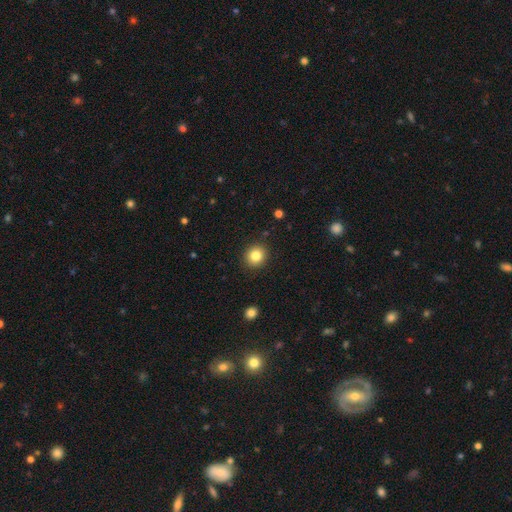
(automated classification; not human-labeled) The model was most divided on "how rounded": round: 85%, in between: 14%, cigar-shaped: 1%. More confident: merging — none (91%); smooth or featured — smooth (83%).